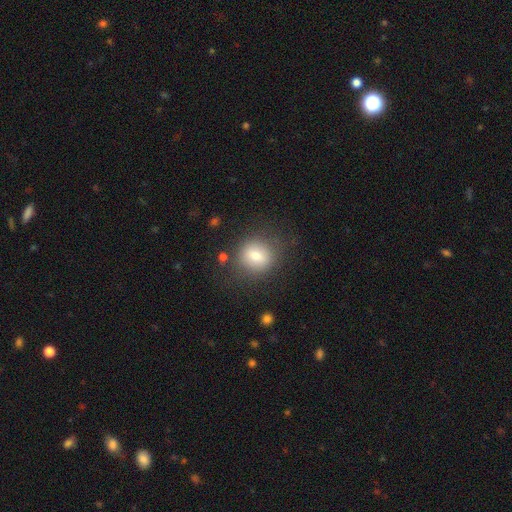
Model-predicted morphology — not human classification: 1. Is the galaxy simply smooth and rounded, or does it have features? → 74% smooth, 15% featured or disk, 11% star or artifact.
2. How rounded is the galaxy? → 83% round, 16% in between, 1% cigar-shaped.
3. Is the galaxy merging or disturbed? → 81% none, 11% minor disturbance, 5% major disturbance, 2% merger.